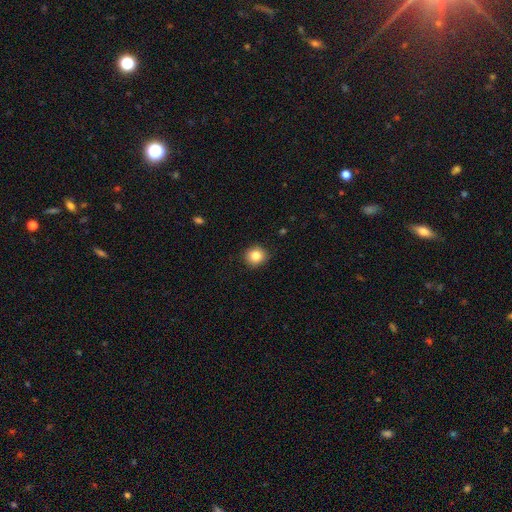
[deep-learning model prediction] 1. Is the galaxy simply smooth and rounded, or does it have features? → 84% smooth, 10% star or artifact, 6% featured or disk.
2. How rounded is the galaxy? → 85% round, 14% in between, 1% cigar-shaped.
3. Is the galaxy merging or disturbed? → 88% none, 9% minor disturbance, 2% major disturbance, 1% merger.